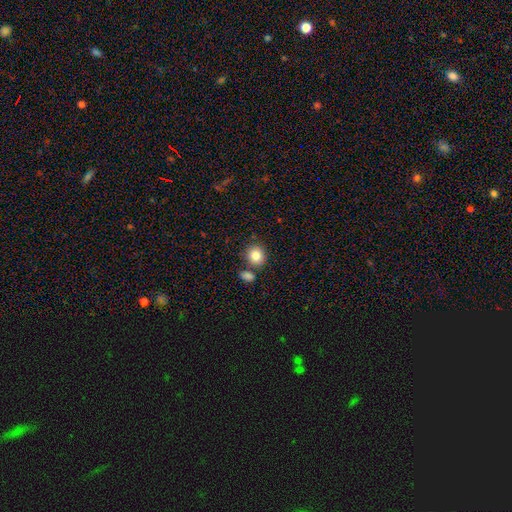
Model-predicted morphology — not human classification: smooth-or-featured: smooth: 84% | star or artifact: 9% | featured or disk: 7%
  how-rounded: round: 78% | in between: 21% | cigar-shaped: 1%
  merging: none: 73% | merger: 14% | minor disturbance: 9% | major disturbance: 3%